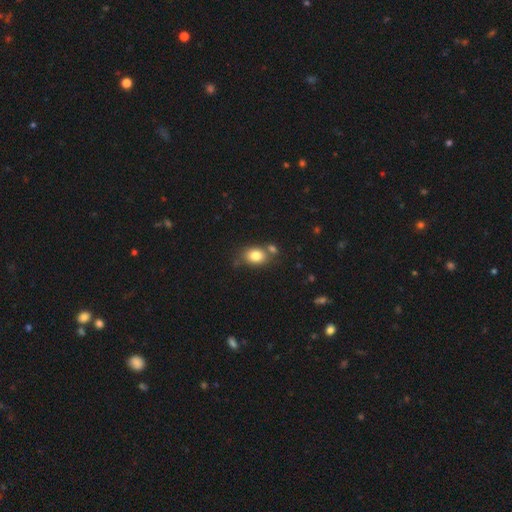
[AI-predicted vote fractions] smooth_or_featured: smooth (p=0.81) [alt: featured or disk p=0.10]
how_rounded: in between (p=0.67) [alt: round p=0.32]
merging: none (p=0.61) [alt: merger p=0.20]